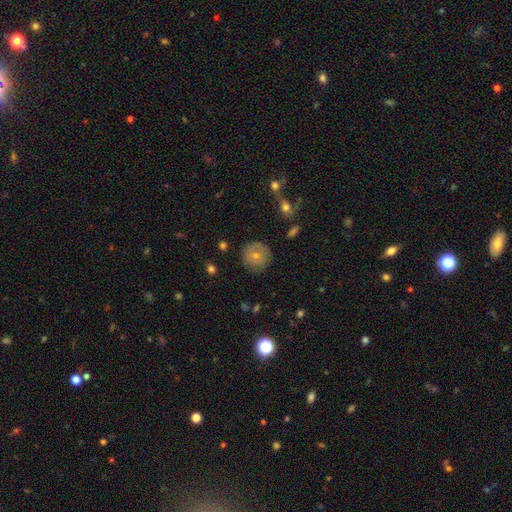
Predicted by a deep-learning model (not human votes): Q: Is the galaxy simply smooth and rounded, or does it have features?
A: smooth — 64%.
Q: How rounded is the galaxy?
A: round — 93%.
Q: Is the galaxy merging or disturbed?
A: none — 81%.